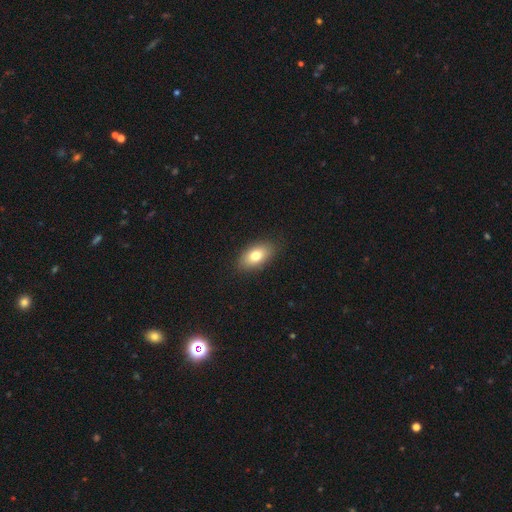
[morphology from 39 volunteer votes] A smooth galaxy with no disk features (67%) that is in between round and cigar-shaped (92%).

Vote fractions:
- Smooth or featured? smooth: 67% / featured or disk: 23% / star or artifact: 10%
- How rounded? in between: 92% / round: 4% / cigar-shaped: 4%
- Merging? none: 86% / minor disturbance: 6% / merger: 6% / major disturbance: 3%